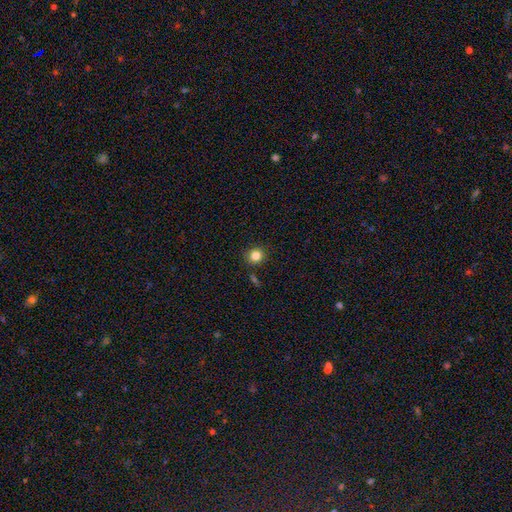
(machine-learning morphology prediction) The model was most divided on "smooth or featured": smooth: 83%, star or artifact: 12%, featured or disk: 5%. More confident: how rounded — round (89%); merging — none (86%).